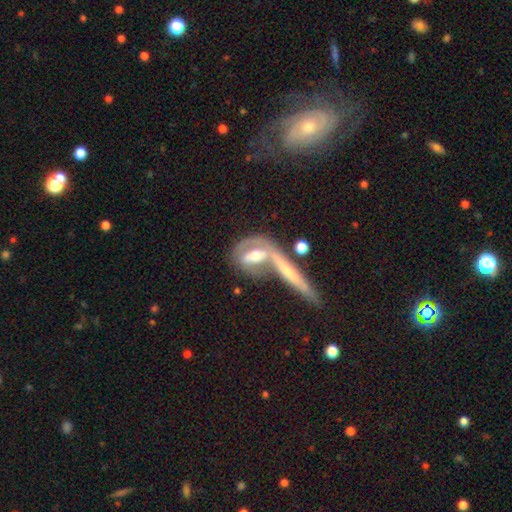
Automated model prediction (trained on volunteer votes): This appears to be a featured or disk galaxy (61%). Merging: merger (43%).